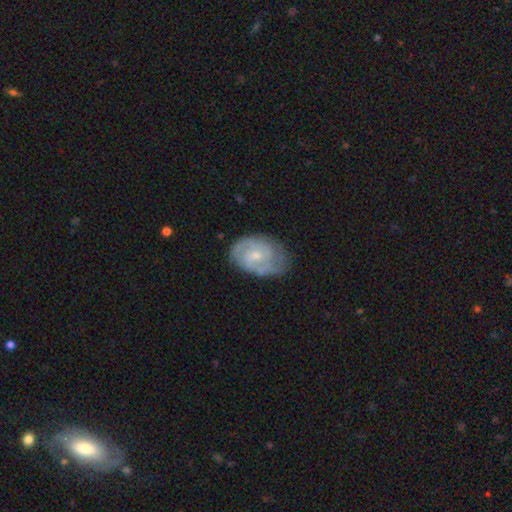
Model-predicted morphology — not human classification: Q: Smooth or featured?
A: featured or disk (76%); runner-up: smooth (19%)
Q: Edge-on disk?
A: no (97%); runner-up: yes (3%)
Q: Bar?
A: no (57%); runner-up: weak (38%)
Q: Spiral arms?
A: yes (91%); runner-up: no (9%)
Q: Spiral winding?
A: tight (53%); runner-up: medium (38%)
Q: Spiral arm count?
A: 2 (56%); runner-up: can't tell (23%)
Q: Bulge size?
A: small (58%); runner-up: moderate (37%)
Q: Merging?
A: none (68%); runner-up: minor disturbance (24%)